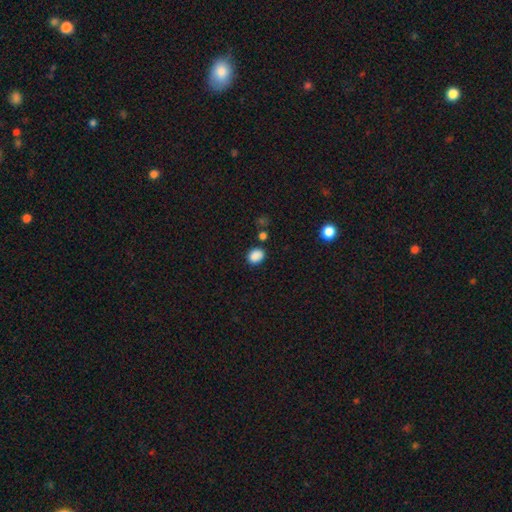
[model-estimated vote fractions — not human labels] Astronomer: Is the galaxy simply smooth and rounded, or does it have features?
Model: smooth — 86%.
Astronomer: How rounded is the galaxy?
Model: in between — 52% (runner-up: round, 47%).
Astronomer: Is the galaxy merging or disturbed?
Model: none — 79%.